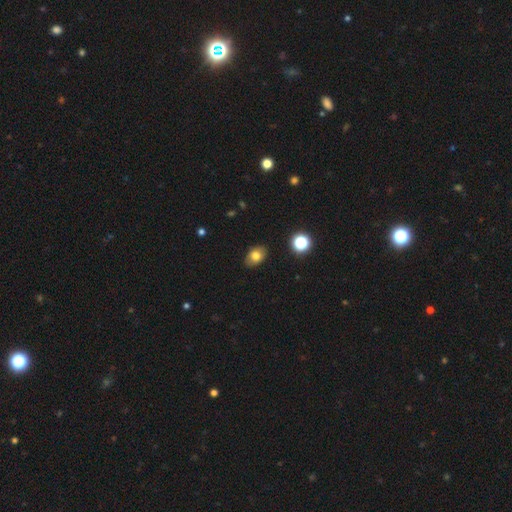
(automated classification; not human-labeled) smooth 77%, featured or disk 12%, star or artifact 11%. Down the decision tree: how rounded — in between (78%); merging — none (87%).